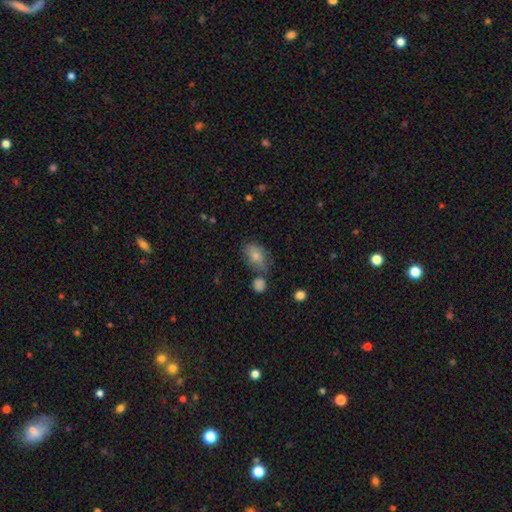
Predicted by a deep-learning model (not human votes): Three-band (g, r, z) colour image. It shows a smooth galaxy with no disk features (64%) that is in between round and cigar-shaped (83%). Merging: none (58%).